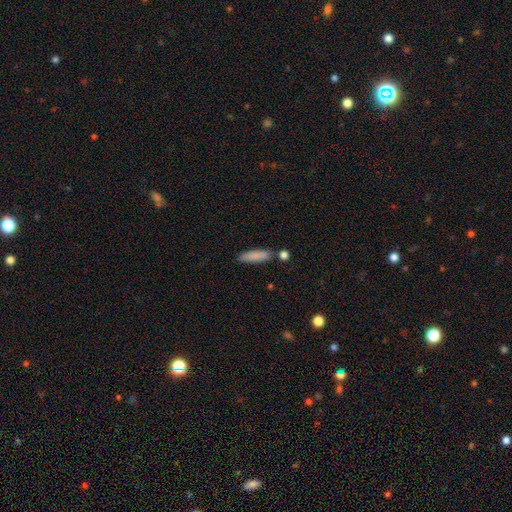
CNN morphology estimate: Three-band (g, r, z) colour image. It shows a smooth galaxy with no disk features (85%) that is cigar-shaped (64%). Merging: none (74%).